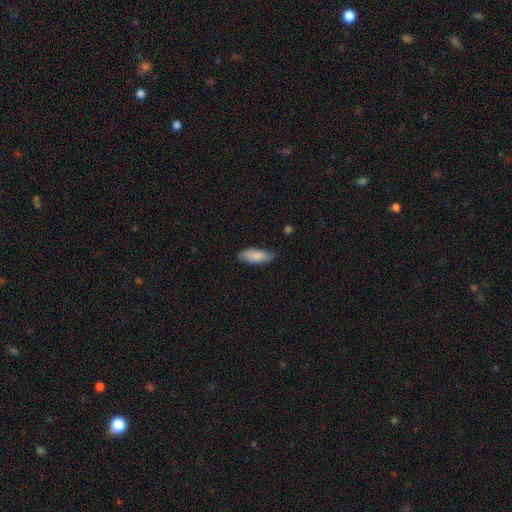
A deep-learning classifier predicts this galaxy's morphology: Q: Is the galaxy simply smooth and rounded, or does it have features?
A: smooth — 86%.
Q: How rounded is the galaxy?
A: in between — 79%.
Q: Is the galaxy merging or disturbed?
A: none — 78%.